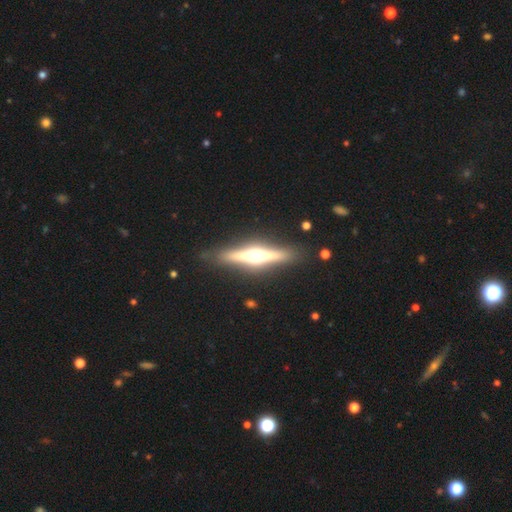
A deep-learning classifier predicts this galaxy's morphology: Q: Smooth or featured?
A: featured or disk (78%); runner-up: smooth (16%)
Q: Edge-on disk?
A: yes (97%); runner-up: no (3%)
Q: Edge-on bulge?
A: rounded (92%); runner-up: boxy (6%)
Q: Merging?
A: none (87%); runner-up: minor disturbance (9%)